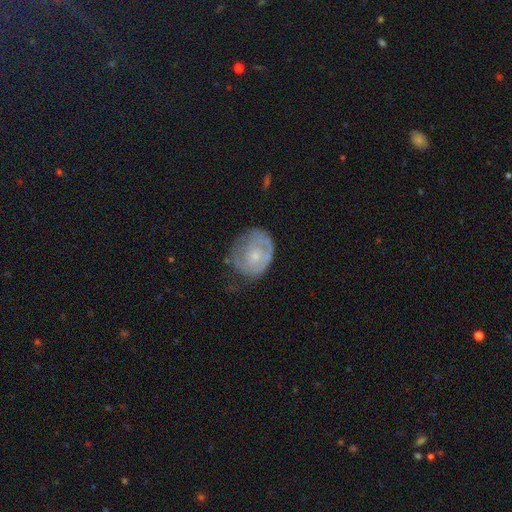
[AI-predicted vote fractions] A featured or disk galaxy (55%) with no bar (84%), spiral arms (57%) and a small central bulge (61%). Merging: none (50%).